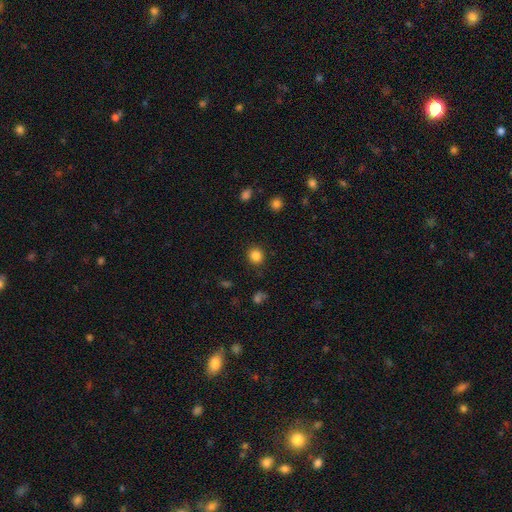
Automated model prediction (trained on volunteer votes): smooth_or_featured: smooth (p=0.84) [alt: star or artifact p=0.11]
how_rounded: round (p=0.89) [alt: in between p=0.10]
merging: none (p=0.89) [alt: minor disturbance p=0.07]